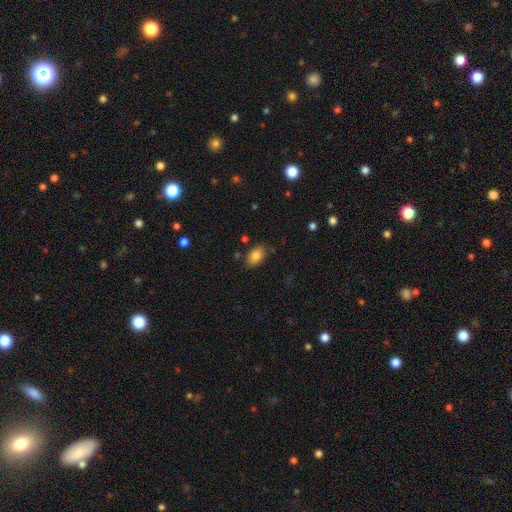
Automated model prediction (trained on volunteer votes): Smooth or featured?
  - smooth: 82% *
  - featured or disk: 10%
  - star or artifact: 9%
How rounded?
  - in between: 88% *
  - round: 11%
  - cigar-shaped: 2%
Merging?
  - none: 81% *
  - minor disturbance: 14%
  - major disturbance: 3%
  - merger: 3%